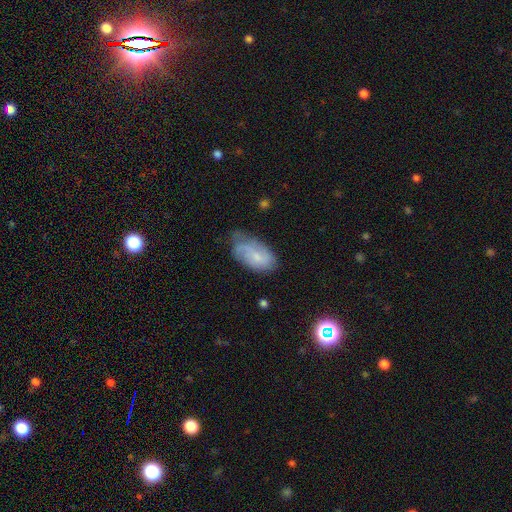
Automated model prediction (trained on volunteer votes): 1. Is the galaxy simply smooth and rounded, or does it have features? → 52% smooth, 40% featured or disk, 8% star or artifact.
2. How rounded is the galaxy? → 93% in between, 4% round, 3% cigar-shaped.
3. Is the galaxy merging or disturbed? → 45% none, 37% minor disturbance, 15% major disturbance, 2% merger.